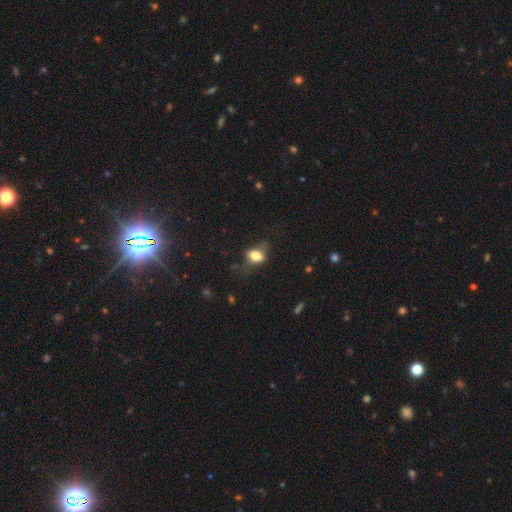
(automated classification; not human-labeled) Smooth or featured?
  - smooth: 74% *
  - featured or disk: 16%
  - star or artifact: 10%
How rounded?
  - in between: 76% *
  - round: 21%
  - cigar-shaped: 3%
Merging?
  - none: 56% *
  - minor disturbance: 26%
  - major disturbance: 15%
  - merger: 2%